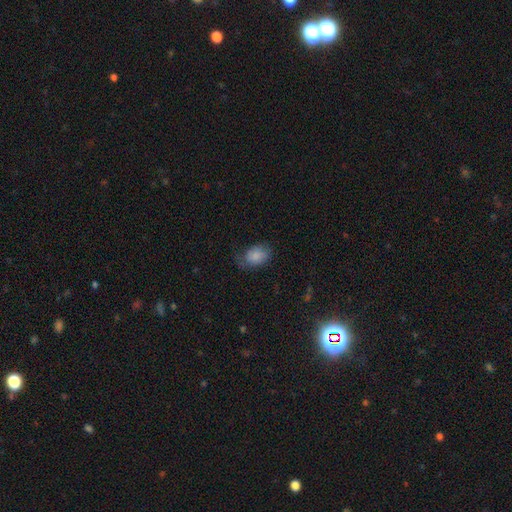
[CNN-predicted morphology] A smooth galaxy with no disk features (81%) that is in between round and cigar-shaped (80%). Merging: none (54%).